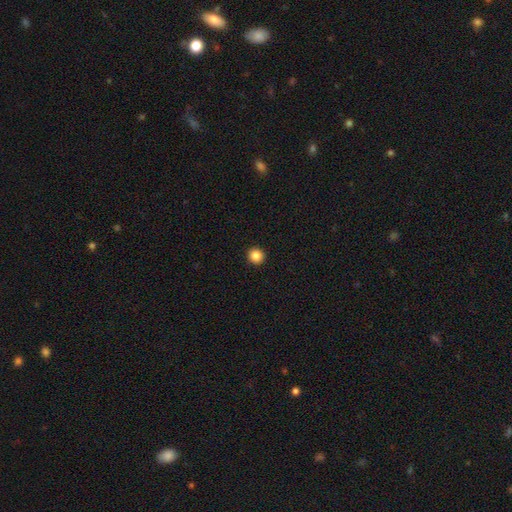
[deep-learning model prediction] Smooth or featured? Predicted: smooth (p=0.85). How rounded? Predicted: round (p=0.95). Merging? Predicted: none (p=0.94).